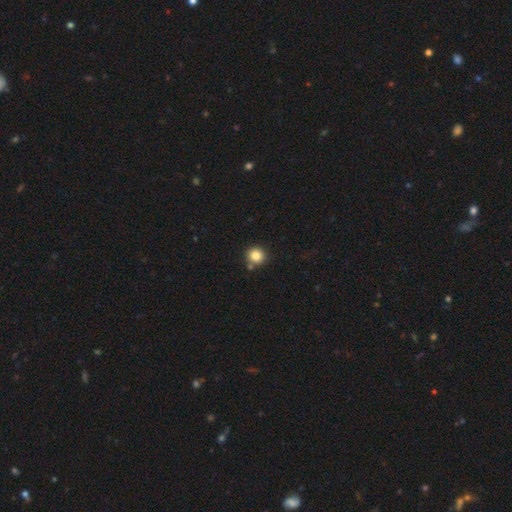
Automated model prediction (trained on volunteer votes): A smooth galaxy with no disk features (84%) that is round (91%). Merging: none (78%).